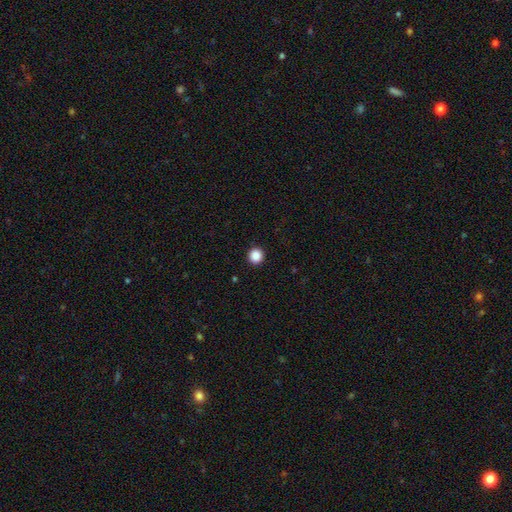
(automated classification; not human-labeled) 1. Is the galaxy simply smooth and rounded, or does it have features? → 88% smooth, 10% star or artifact, 2% featured or disk.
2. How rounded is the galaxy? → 95% round, 4% in between, 1% cigar-shaped.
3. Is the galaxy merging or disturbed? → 93% none, 4% minor disturbance, 2% major disturbance, 1% merger.